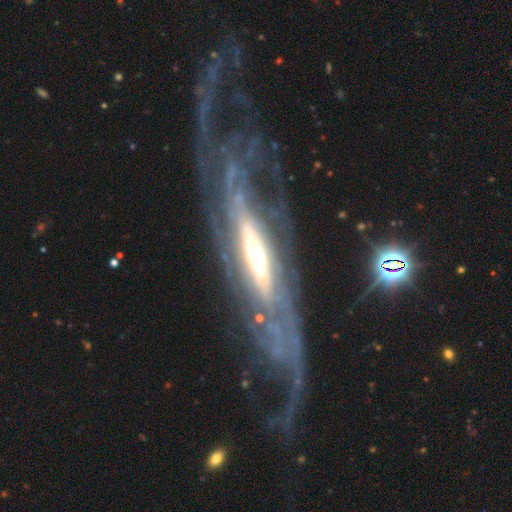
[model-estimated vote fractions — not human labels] Smooth or featured: featured or disk — 88% (smooth — 7%)
Edge-on disk: no — 72% (yes — 28%)
Bar: no — 37% (tied with strong — 37%)
Spiral arms: yes — 86% (no — 14%)
Spiral winding: tight — 41% (medium — 34%)
Spiral arm count: can't tell — 38% (2 — 31%)
Bulge size: moderate — 53% (small — 25%)
Merging: none — 53% (major disturbance — 28%)